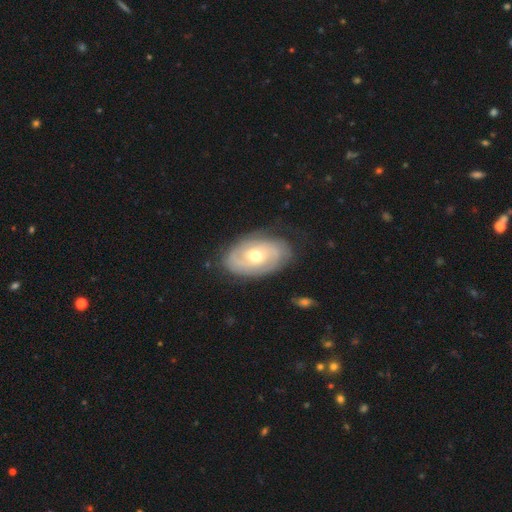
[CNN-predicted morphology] A featured or disk galaxy (72%) with no bar (70%), tight (68%) spiral arms (77%) and a moderate central bulge (68%).

Vote fractions:
- Smooth or featured? featured or disk: 72% / smooth: 23% / star or artifact: 5%
- Edge-on disk? no: 94% / yes: 6%
- Bar? no: 70% / weak: 24% / strong: 6%
- Spiral arms? yes: 77% / no: 23%
- Spiral winding? tight: 68% / medium: 23% / loose: 9%
- Spiral arm count? can't tell: 45% / 2: 35% / 3: 9% / 1: 5% / 4: 3% / more than 4: 3%
- Bulge size? moderate: 68% / small: 27% / large: 4% / dominant: 1% / none: 1%
- Merging? none: 76% / minor disturbance: 18% / major disturbance: 5% / merger: 1%